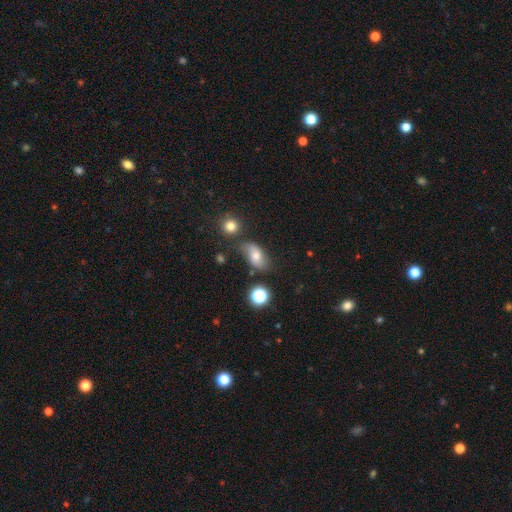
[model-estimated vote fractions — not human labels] Smooth or featured: smooth — 62% (featured or disk — 25%)
How rounded: in between — 85% (round — 10%)
Merging: none — 61% (minor disturbance — 24%)